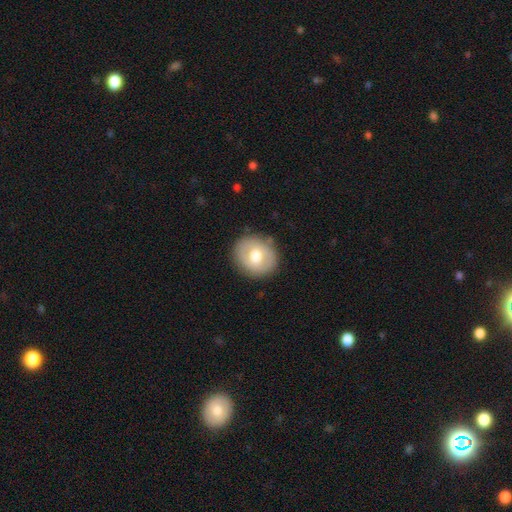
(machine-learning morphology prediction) Smooth or featured?
  - smooth: 60% *
  - featured or disk: 33%
  - star or artifact: 7%
How rounded?
  - round: 72% *
  - in between: 27%
  - cigar-shaped: 1%
Merging?
  - none: 84% *
  - minor disturbance: 11%
  - major disturbance: 3%
  - merger: 1%